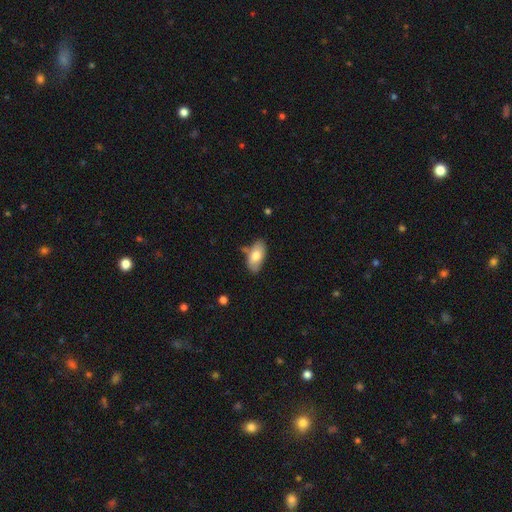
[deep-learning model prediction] Smooth or featured?
  - smooth: 74% *
  - featured or disk: 20%
  - star or artifact: 6%
How rounded?
  - in between: 93% *
  - cigar-shaped: 4%
  - round: 3%
Merging?
  - none: 67% *
  - minor disturbance: 22%
  - merger: 6%
  - major disturbance: 5%